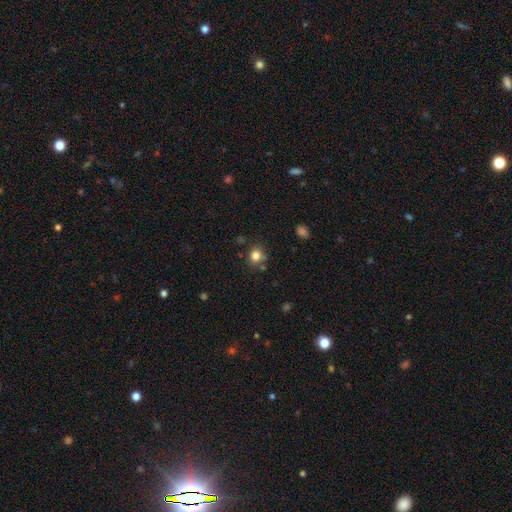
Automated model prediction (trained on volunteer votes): smooth 81%, star or artifact 12%, featured or disk 7%. Down the decision tree: how rounded — round (75%); merging — none (73%).